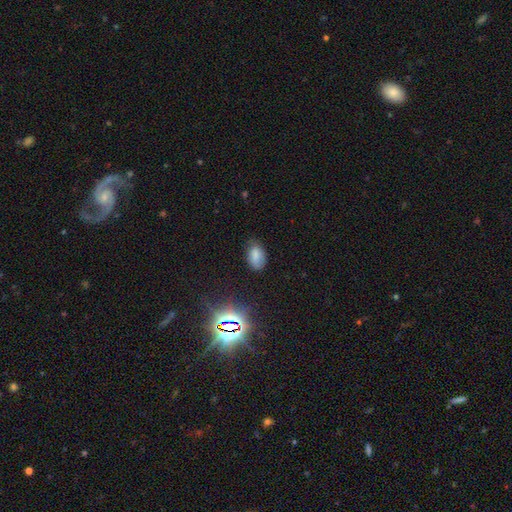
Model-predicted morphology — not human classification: Smooth or featured: smooth — 76% (star or artifact — 15%)
How rounded: in between — 91% (round — 7%)
Merging: none — 68% (minor disturbance — 25%)